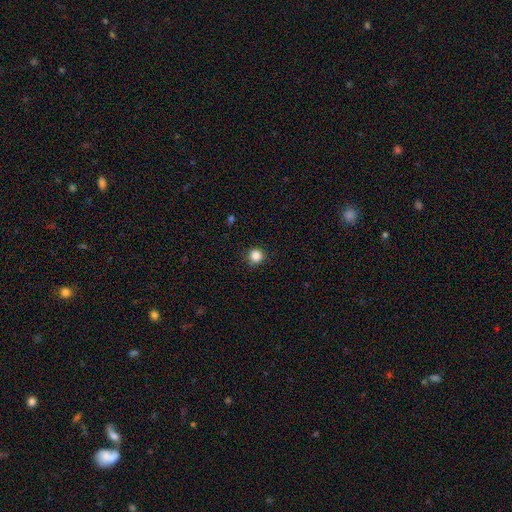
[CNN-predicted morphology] smooth-or-featured: smooth: 85% | star or artifact: 11% | featured or disk: 3%
  how-rounded: round: 92% | in between: 7% | cigar-shaped: 1%
  merging: none: 88% | minor disturbance: 8% | major disturbance: 2% | merger: 1%